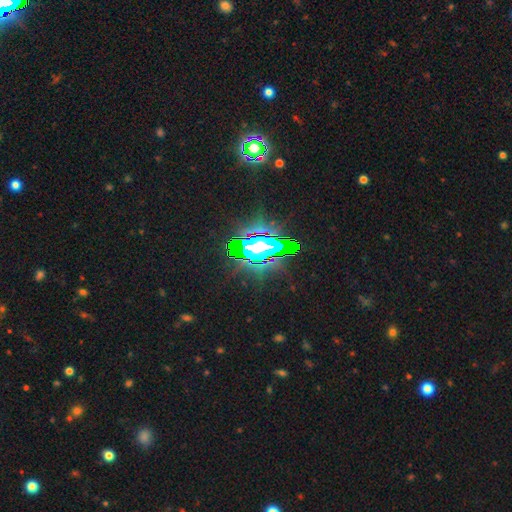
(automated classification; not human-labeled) Smooth or featured? star or artifact (83%)